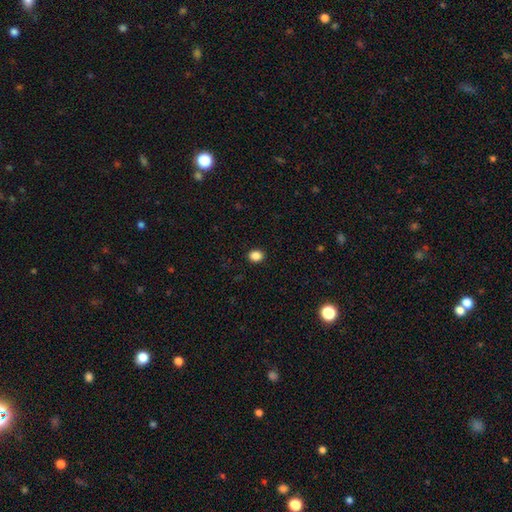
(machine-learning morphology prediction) Smooth or featured? Predicted: smooth (p=0.87). How rounded? Predicted: round (p=0.62). Merging? Predicted: none (p=0.91).